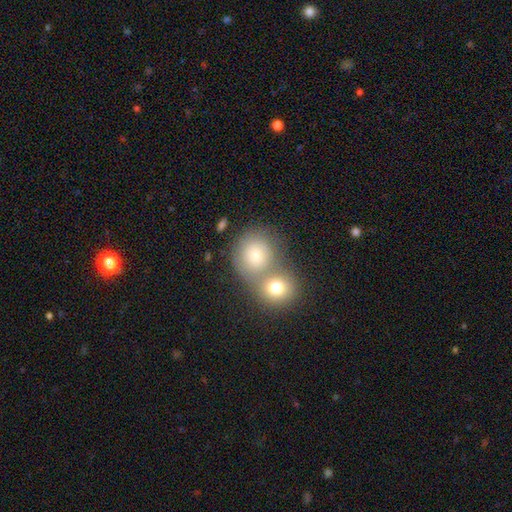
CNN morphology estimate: smooth-or-featured: smooth: 71% | featured or disk: 17% | star or artifact: 13%
  how-rounded: round: 81% | in between: 18% | cigar-shaped: 1%
  merging: merger: 54% | none: 36% | minor disturbance: 7% | major disturbance: 3%